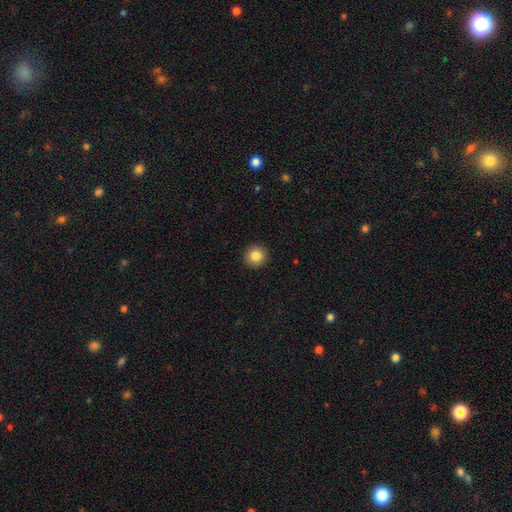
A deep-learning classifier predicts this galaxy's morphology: smooth_or_featured: smooth (p=0.84) [alt: star or artifact p=0.10]
how_rounded: round (p=0.94) [alt: in between p=0.05]
merging: none (p=0.93) [alt: minor disturbance p=0.05]